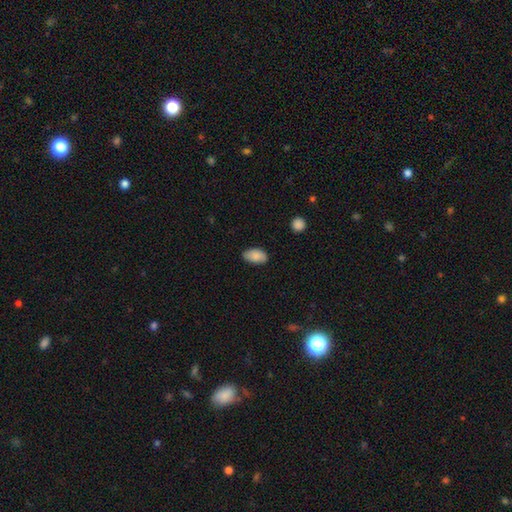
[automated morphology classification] This is clearly a smooth galaxy (87%). How rounded: clearly in between (93%). Merging: likely none (79%).